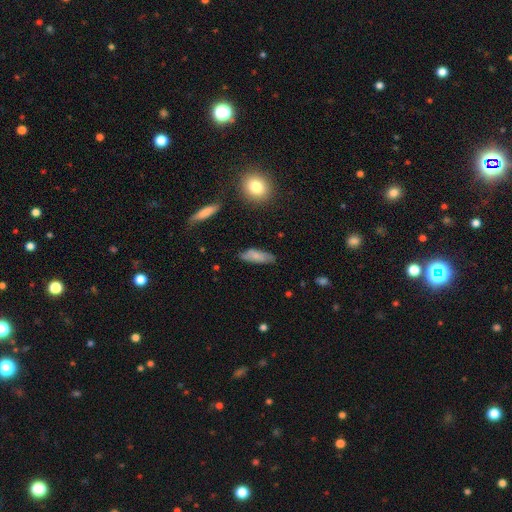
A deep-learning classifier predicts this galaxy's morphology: smooth 72%, featured or disk 20%, star or artifact 7%. Down the decision tree: how rounded — in between (63%); merging — none (74%).